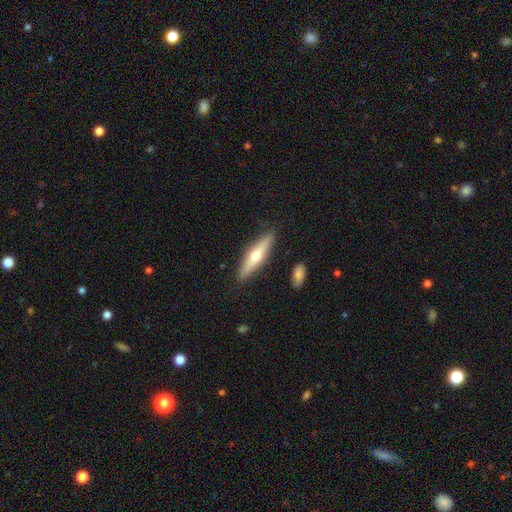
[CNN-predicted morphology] type=featured or disk (53%); edge-on=yes (91%); merging=none (88%).